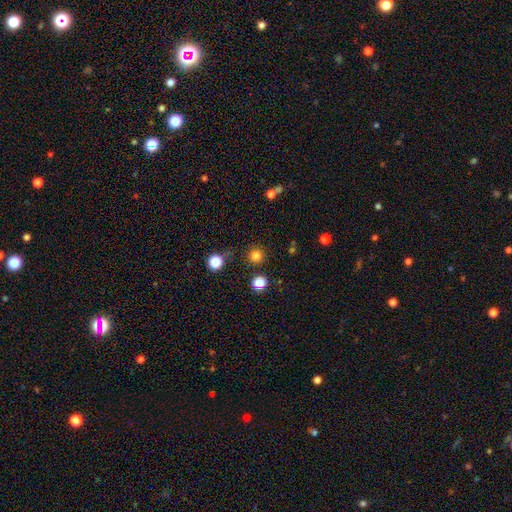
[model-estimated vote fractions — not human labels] Smooth or featured?
  - smooth: 80% *
  - star or artifact: 16%
  - featured or disk: 4%
How rounded?
  - round: 95% *
  - in between: 4%
  - cigar-shaped: 1%
Merging?
  - none: 86% *
  - minor disturbance: 8%
  - merger: 4%
  - major disturbance: 3%